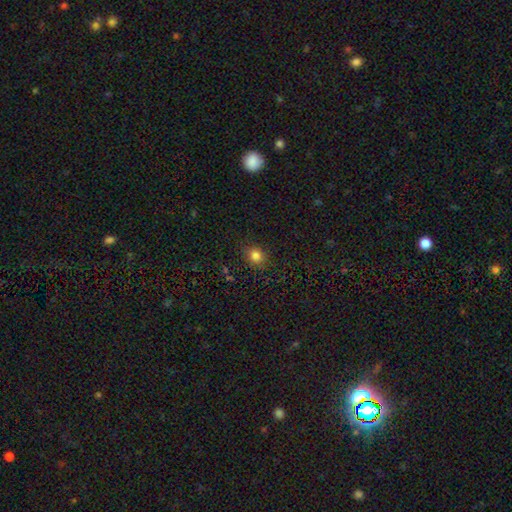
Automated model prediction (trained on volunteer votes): Overall: smooth (82%). How rounded: round (76%). Merging: none (86%).